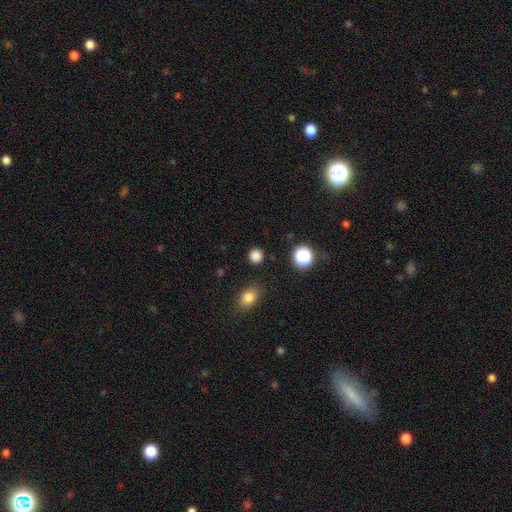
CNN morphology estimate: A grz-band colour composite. It shows a smooth galaxy with no disk features (81%) that is round (89%). Merging: none (89%).